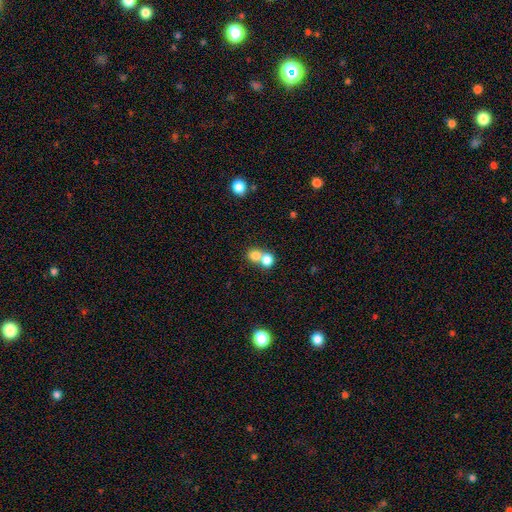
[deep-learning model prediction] smooth_or_featured: smooth (p=0.77) [alt: featured or disk p=0.12]
how_rounded: round (p=0.77) [alt: in between p=0.22]
merging: merger (p=0.64) [alt: none p=0.29]